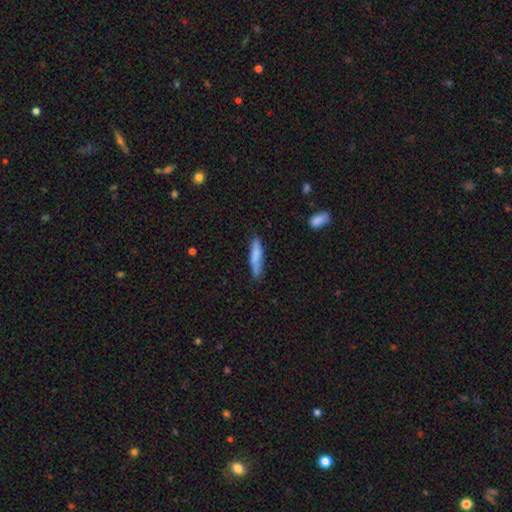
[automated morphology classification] Smooth or featured? Predicted: smooth (p=0.74). How rounded? Predicted: cigar-shaped (p=0.83). Merging? Predicted: none (p=0.78).